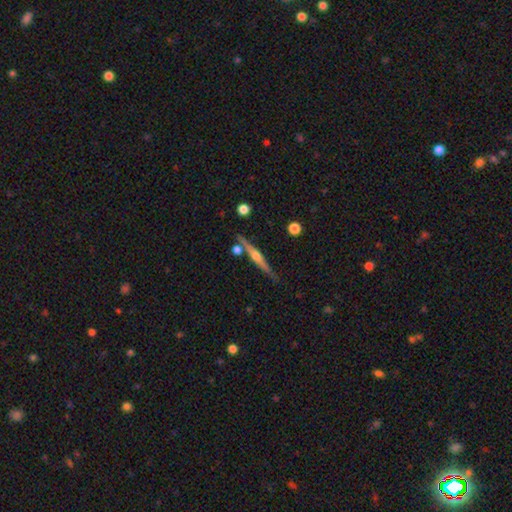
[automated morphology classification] This appears to be a featured or disk galaxy (75%) viewed edge-on (98%) with a rounded central bulge (87%). Merging: none (80%).